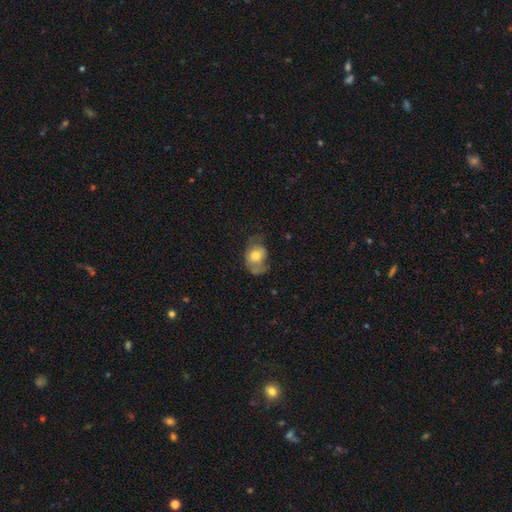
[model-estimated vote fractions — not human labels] smooth 60%, featured or disk 32%, star or artifact 8%. Down the decision tree: how rounded — in between (60%); merging — none (33%, tied with major disturbance).